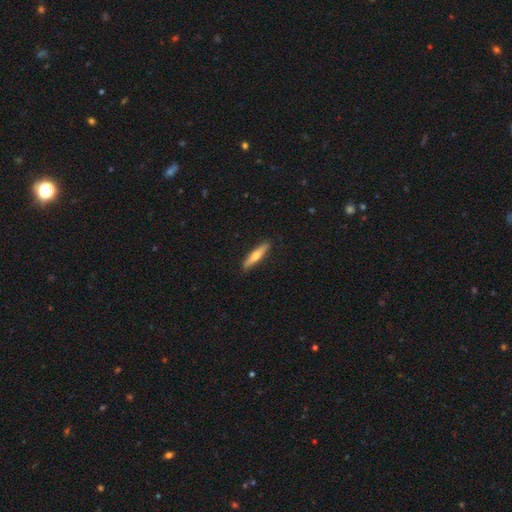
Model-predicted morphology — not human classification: A smooth galaxy with no disk features (51%) that is cigar-shaped (87%).

Vote fractions:
- Smooth or featured? smooth: 51% / featured or disk: 44% / star or artifact: 5%
- How rounded? cigar-shaped: 87% / in between: 11% / round: 2%
- Merging? none: 91% / minor disturbance: 7% / major disturbance: 1% / merger: 1%